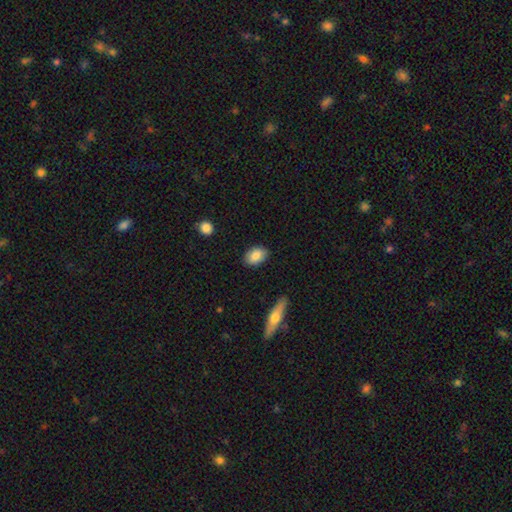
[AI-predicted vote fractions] Smooth or featured? smooth (85%)
How rounded? in between (85%)
Merging? none (85%)